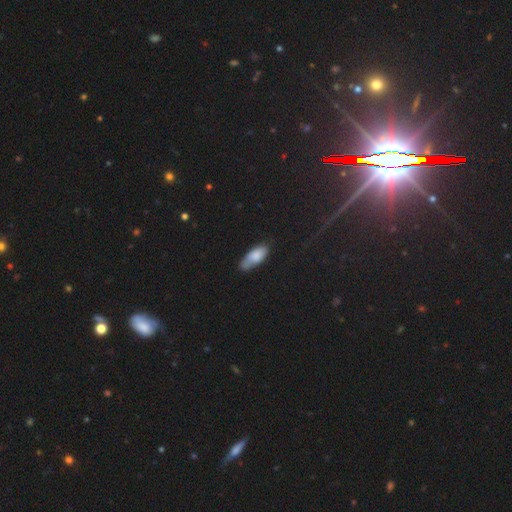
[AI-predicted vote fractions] The model was most divided on "merging": none: 61%, minor disturbance: 30%, major disturbance: 6%, merger: 3%. More confident: smooth or featured — smooth (81%); how rounded — in between (77%).